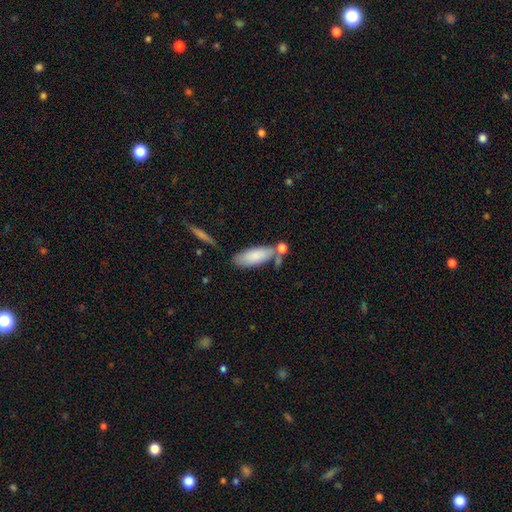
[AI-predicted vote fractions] This appears to be a smooth galaxy with no disk features (82%) that is in between round and cigar-shaped (71%). Merging: none (56%).